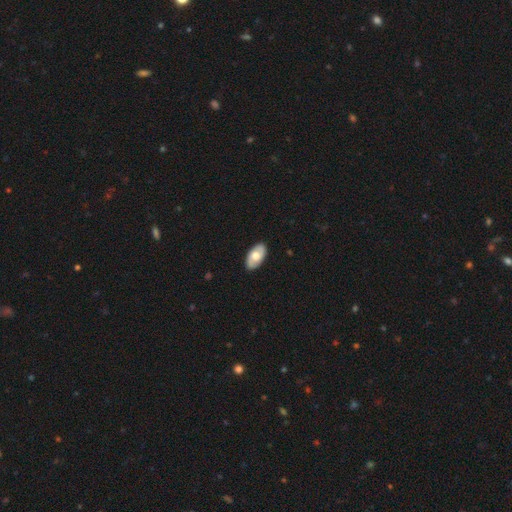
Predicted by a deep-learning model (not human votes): smooth-or-featured: smooth: 59% | featured or disk: 35% | star or artifact: 5%
  how-rounded: in between: 95% | round: 3% | cigar-shaped: 2%
  merging: none: 88% | minor disturbance: 9% | major disturbance: 2% | merger: 1%